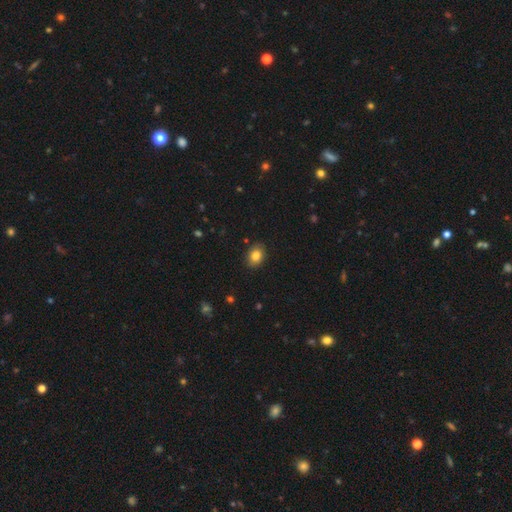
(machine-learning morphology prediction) Smooth or featured? Predicted: smooth (p=0.84). How rounded? Predicted: in between (p=0.67). Merging? Predicted: none (p=0.86).